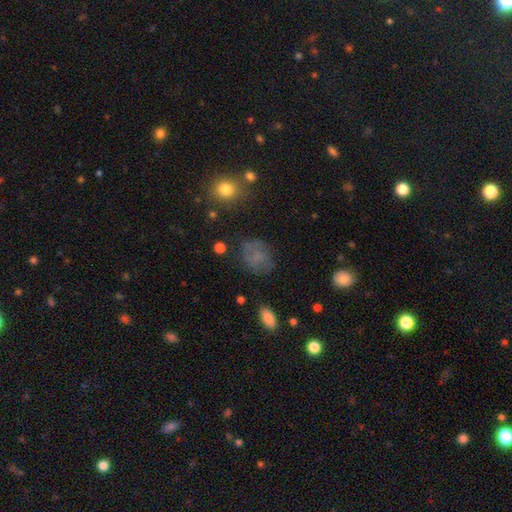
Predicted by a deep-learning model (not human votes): A smooth galaxy with no disk features (62%) that is round (54%). Merging: none (66%).